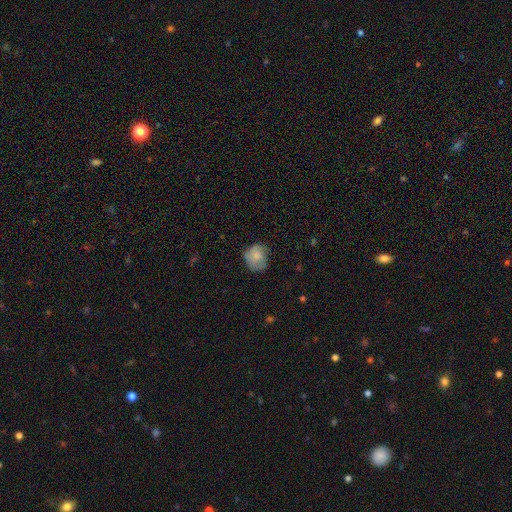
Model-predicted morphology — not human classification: The model was most divided on "merging": none: 60%, minor disturbance: 28%, major disturbance: 11%, merger: 1%. More confident: how rounded — round (73%); smooth or featured — smooth (73%).